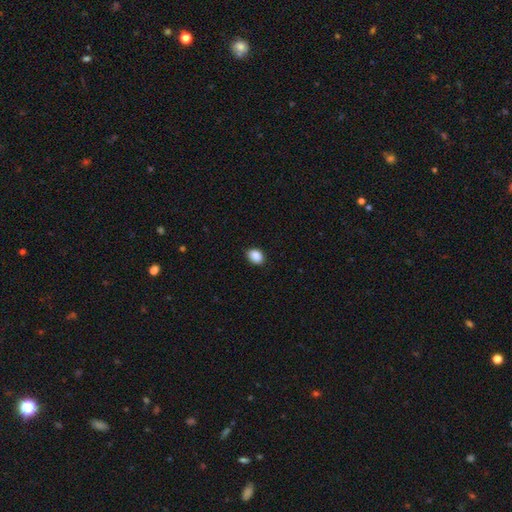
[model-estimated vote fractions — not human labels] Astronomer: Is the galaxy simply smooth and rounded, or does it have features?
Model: smooth — 89%.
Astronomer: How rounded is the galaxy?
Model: in between — 71%.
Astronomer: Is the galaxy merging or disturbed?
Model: none — 87%.